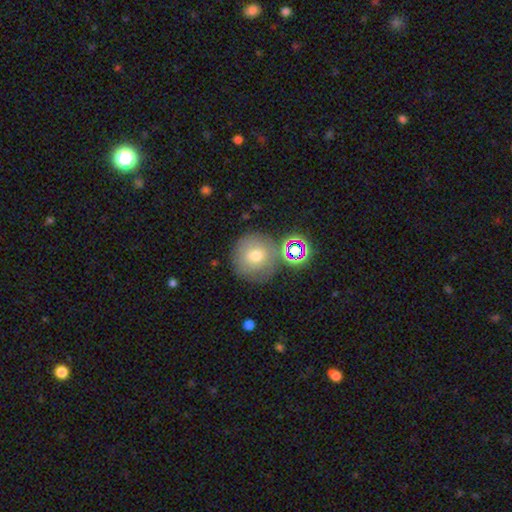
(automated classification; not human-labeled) Overall: smooth (66%). How rounded: round (93%). Merging: none (70%).